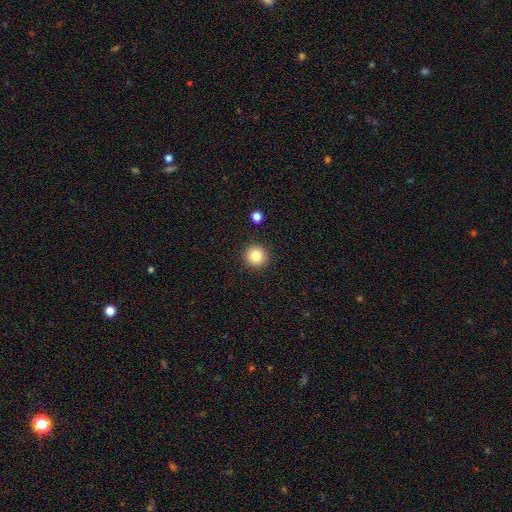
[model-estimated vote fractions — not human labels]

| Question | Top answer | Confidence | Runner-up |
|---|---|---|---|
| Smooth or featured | smooth | 86% | star or artifact (10%) |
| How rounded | round | 95% | in between (4%) |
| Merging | none | 91% | minor disturbance (5%) |